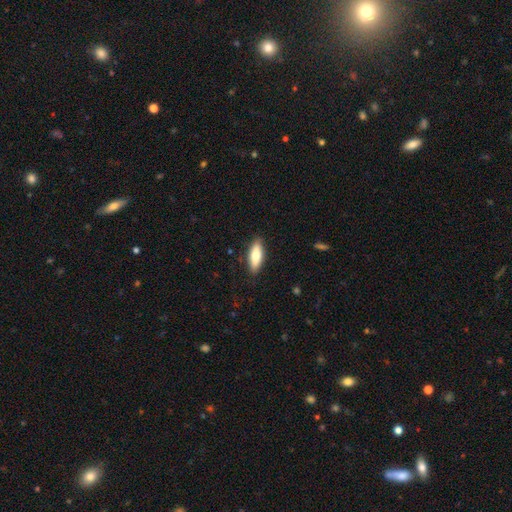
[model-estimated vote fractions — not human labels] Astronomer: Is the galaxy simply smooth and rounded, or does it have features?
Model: smooth — 76%.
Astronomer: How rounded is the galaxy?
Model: in between — 67%.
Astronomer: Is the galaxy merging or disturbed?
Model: none — 87%.